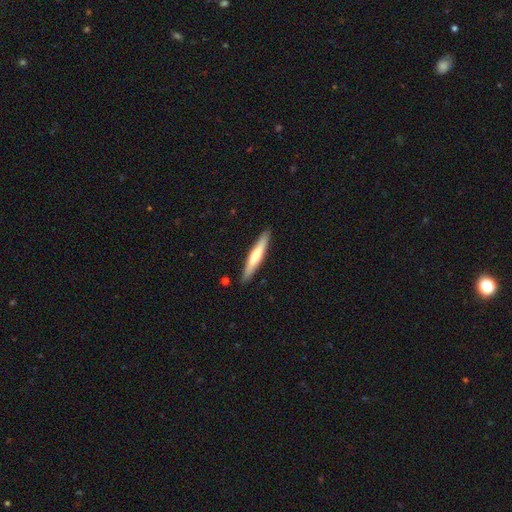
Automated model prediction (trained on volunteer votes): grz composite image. It shows a smooth galaxy with no disk features (58%) that is cigar-shaped (93%). Merging: none (90%).